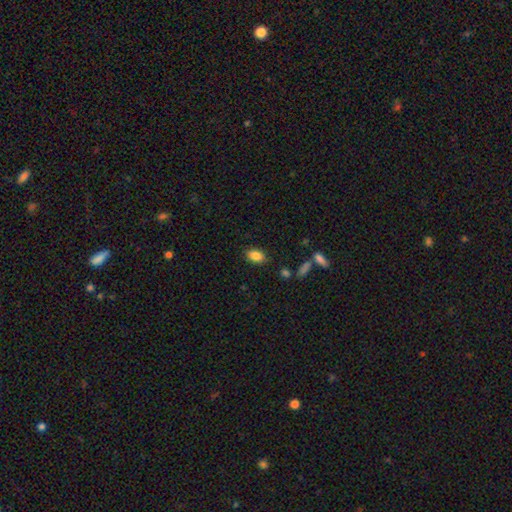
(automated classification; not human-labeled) The model was most divided on "merging": none: 84%, minor disturbance: 11%, major disturbance: 3%, merger: 2%. More confident: how rounded — in between (86%); smooth or featured — smooth (84%).